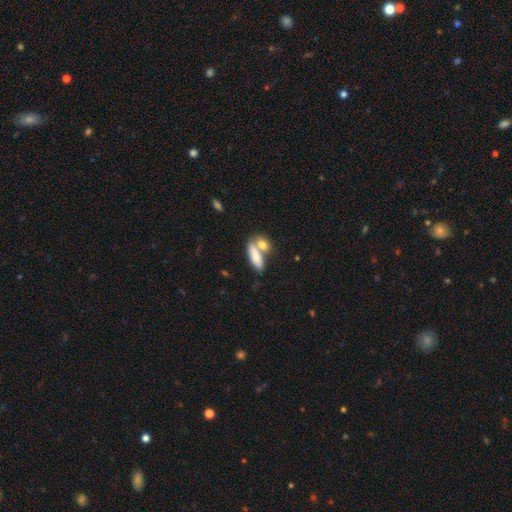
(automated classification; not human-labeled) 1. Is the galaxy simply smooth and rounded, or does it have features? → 77% smooth, 17% featured or disk, 7% star or artifact.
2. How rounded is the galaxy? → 68% in between, 27% cigar-shaped, 5% round.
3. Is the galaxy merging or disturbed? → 52% merger, 34% none, 10% minor disturbance, 5% major disturbance.